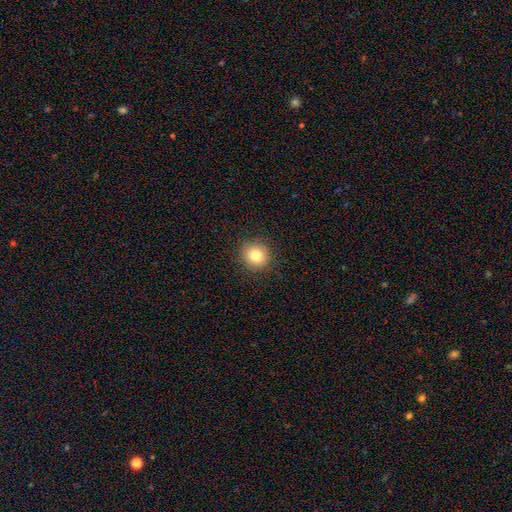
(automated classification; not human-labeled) Smooth or featured? smooth (80%)
How rounded? round (90%)
Merging? none (90%)